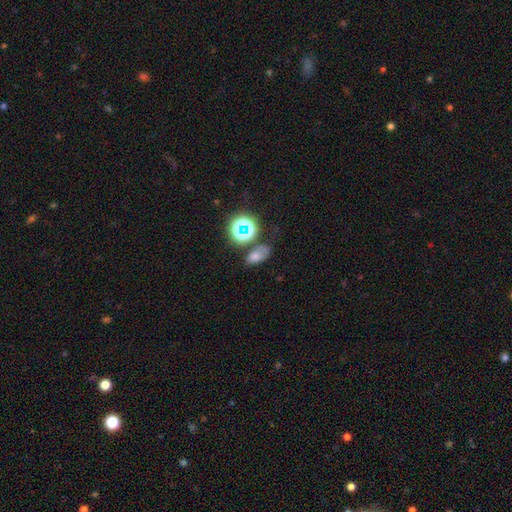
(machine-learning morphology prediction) A smooth galaxy with no disk features (46%). Merging: none (67%).